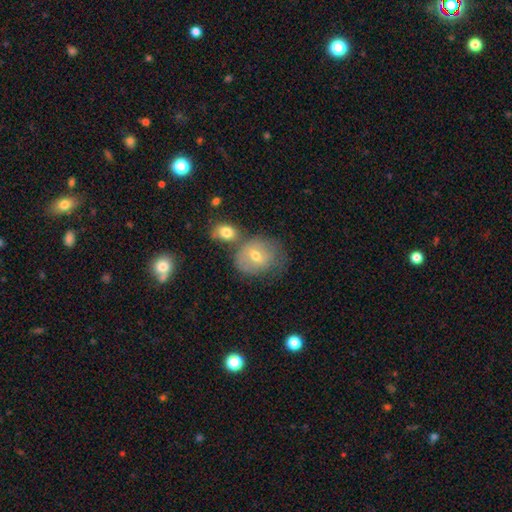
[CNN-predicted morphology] Smooth or featured?
  - smooth: 54% *
  - featured or disk: 36%
  - star or artifact: 10%
How rounded?
  - round: 59% *
  - in between: 40%
  - cigar-shaped: 1%
Merging?
  - none: 47% *
  - merger: 23%
  - minor disturbance: 21%
  - major disturbance: 10%